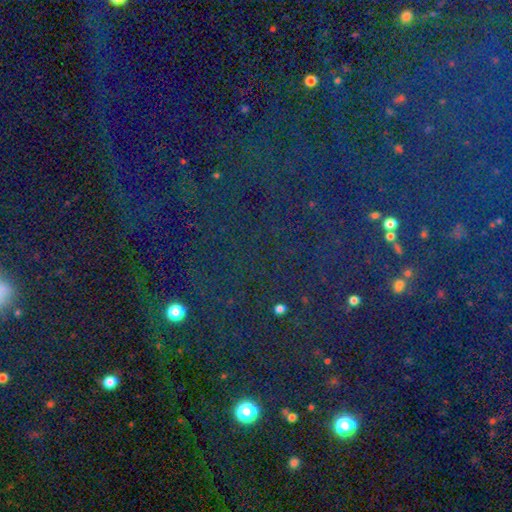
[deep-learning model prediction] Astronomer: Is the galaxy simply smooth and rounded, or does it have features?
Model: star or artifact — 78%.